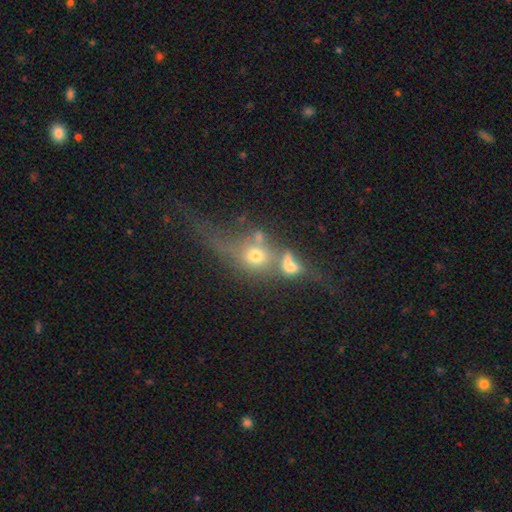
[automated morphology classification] This is possibly a smooth galaxy (52%). How rounded: possibly round (50%). Merging: possibly merger (58%).